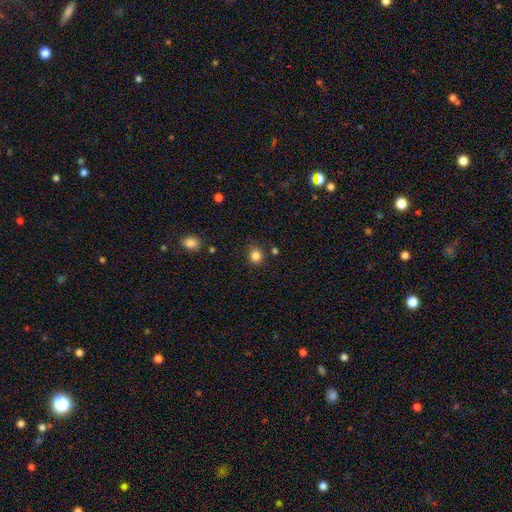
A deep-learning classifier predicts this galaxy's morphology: smooth-or-featured: smooth: 84% | star or artifact: 12% | featured or disk: 4%
  how-rounded: round: 86% | in between: 14% | cigar-shaped: 1%
  merging: none: 83% | minor disturbance: 10% | merger: 3% | major disturbance: 3%